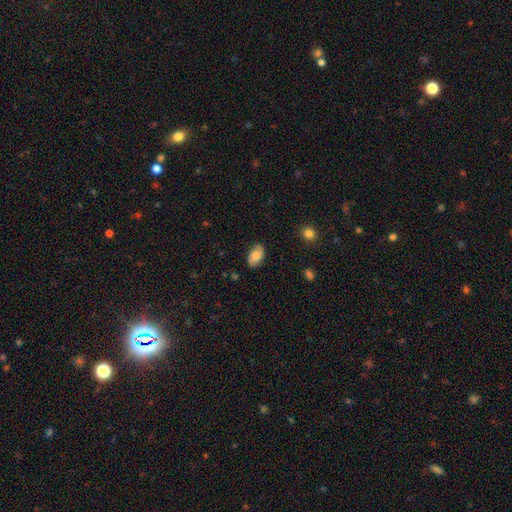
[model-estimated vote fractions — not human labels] Q: Smooth or featured?
A: smooth (74%); runner-up: featured or disk (18%)
Q: How rounded?
A: in between (93%); runner-up: round (6%)
Q: Merging?
A: none (80%); runner-up: minor disturbance (16%)